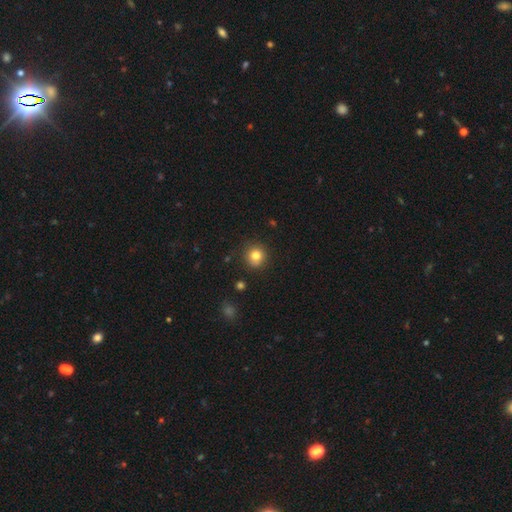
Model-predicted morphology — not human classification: Overall: smooth (81%). How rounded: round (92%). Merging: none (87%).